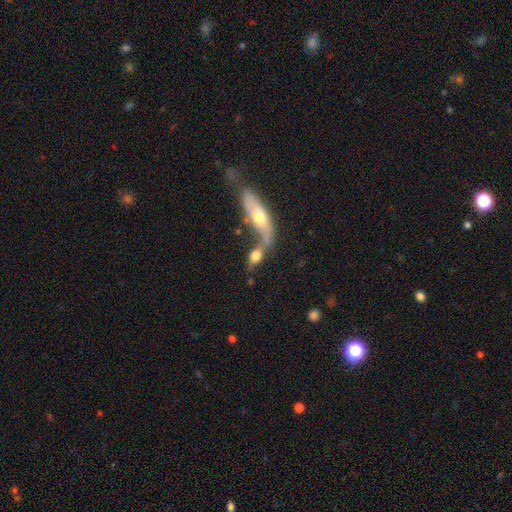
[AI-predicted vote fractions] Smooth or featured?
  - smooth: 60% *
  - featured or disk: 32%
  - star or artifact: 8%
How rounded?
  - in between: 68% *
  - cigar-shaped: 17%
  - round: 14%
Merging?
  - merger: 61% *
  - none: 23%
  - minor disturbance: 8%
  - major disturbance: 8%